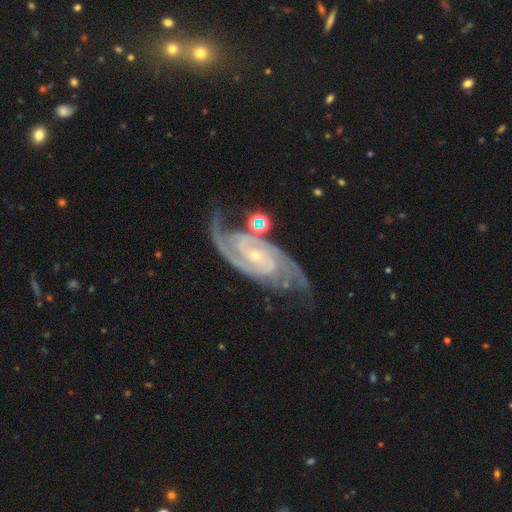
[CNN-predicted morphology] Q: Smooth or featured?
A: featured or disk (93%); runner-up: star or artifact (4%)
Q: Edge-on disk?
A: no (97%); runner-up: yes (3%)
Q: Bar?
A: no (54%); runner-up: weak (32%)
Q: Spiral arms?
A: yes (99%); runner-up: no (1%)
Q: Spiral winding?
A: tight (50%); runner-up: medium (43%)
Q: Spiral arm count?
A: 2 (68%); runner-up: 3 (13%)
Q: Bulge size?
A: small (82%); runner-up: moderate (14%)
Q: Merging?
A: none (61%); runner-up: minor disturbance (20%)